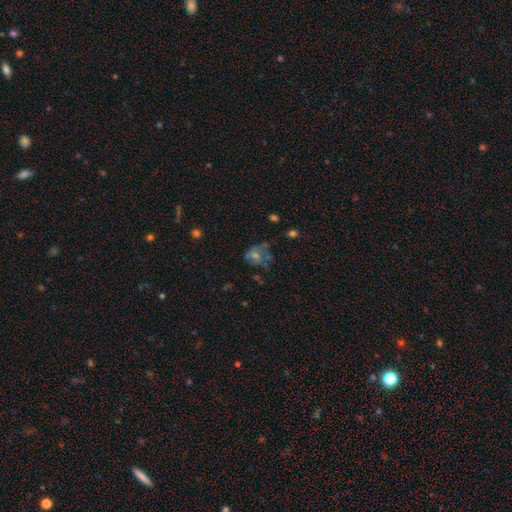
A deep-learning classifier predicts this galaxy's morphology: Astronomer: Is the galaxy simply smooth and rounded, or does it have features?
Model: featured or disk — 45% (runner-up: smooth, 30%).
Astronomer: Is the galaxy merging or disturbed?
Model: none — 43% (runner-up: major disturbance, 30%).